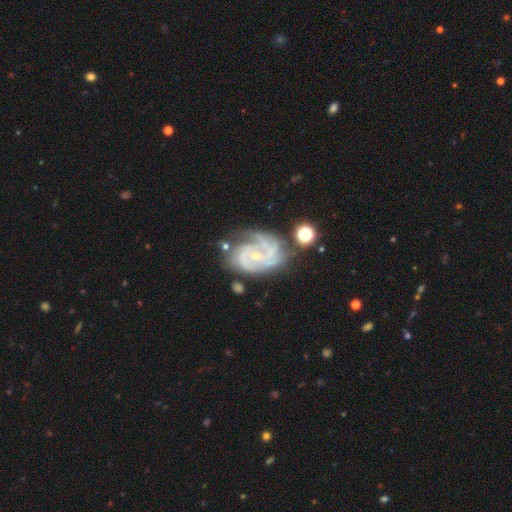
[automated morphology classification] This is clearly a featured or disk galaxy (88%). It is clearly not viewed edge-on (98%). Bar: likely no (68%). Spiral arm pattern: clearly yes (97%). Spiral arm count: marginally 3 (38%). Spiral winding: likely tight (60%). Central bulge: likely small (72%). Merging: possibly none (54%).